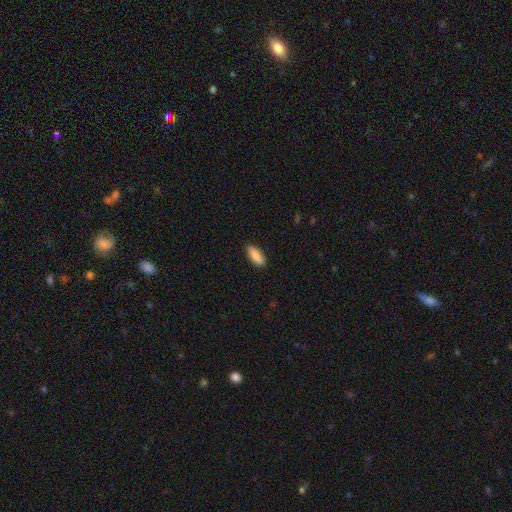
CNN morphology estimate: Q: Smooth or featured?
A: smooth (87%); runner-up: featured or disk (7%)
Q: How rounded?
A: in between (66%); runner-up: cigar-shaped (32%)
Q: Merging?
A: none (88%); runner-up: minor disturbance (9%)